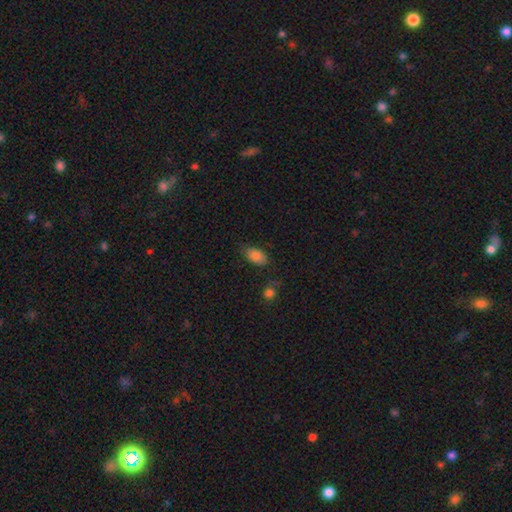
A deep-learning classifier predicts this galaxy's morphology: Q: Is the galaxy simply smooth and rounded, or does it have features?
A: smooth — 84%.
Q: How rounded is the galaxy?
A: in between — 92%.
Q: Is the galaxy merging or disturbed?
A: none — 73%.